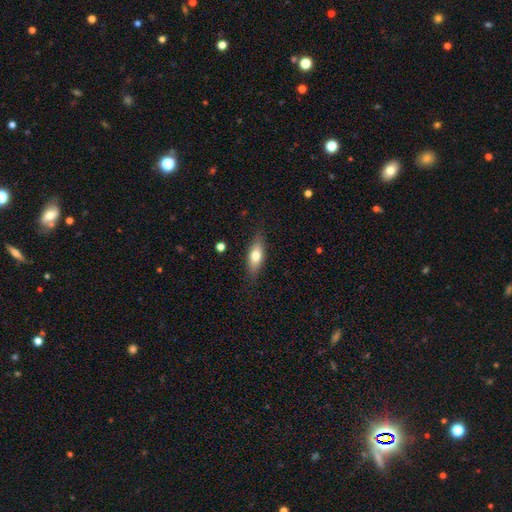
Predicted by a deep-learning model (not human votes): Morphology: type=smooth (70%); roundness=in between (67%); merging=none (83%).